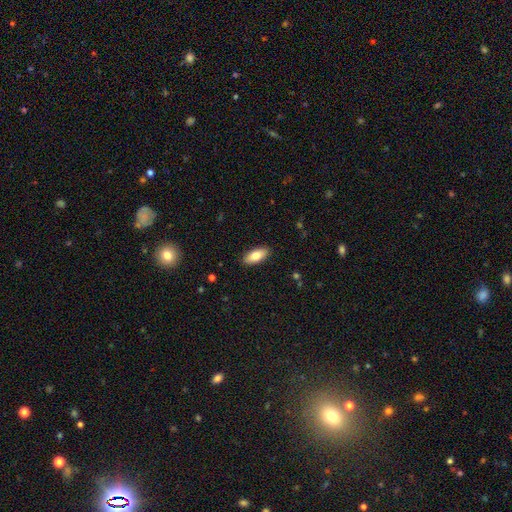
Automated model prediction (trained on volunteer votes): Smooth or featured: smooth — 79% (featured or disk — 15%)
How rounded: in between — 86% (cigar-shaped — 12%)
Merging: none — 90% (minor disturbance — 8%)